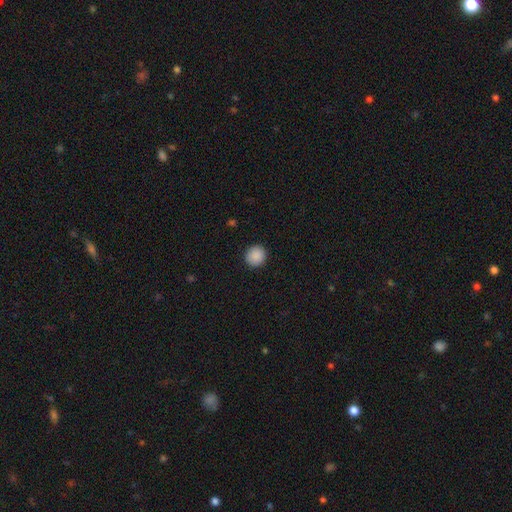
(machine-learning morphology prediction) A smooth galaxy with no disk features (90%) that is round (93%). Merging: none (92%).